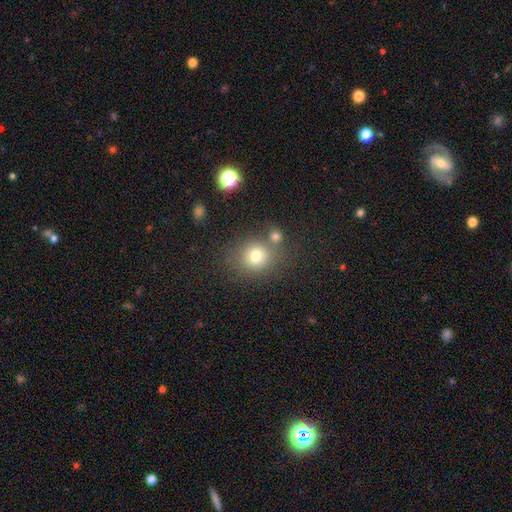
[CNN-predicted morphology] The model was most divided on "merging": none: 67%, merger: 17%, minor disturbance: 12%, major disturbance: 5%. More confident: how rounded — round (79%); smooth or featured — smooth (74%).